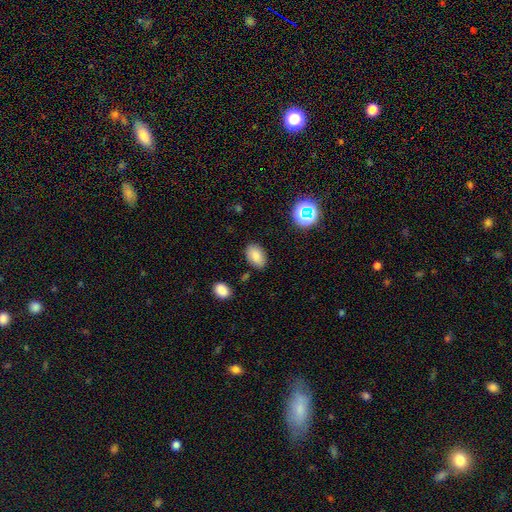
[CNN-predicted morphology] Overall: smooth (82%). How rounded: in between (89%). Merging: none (82%).